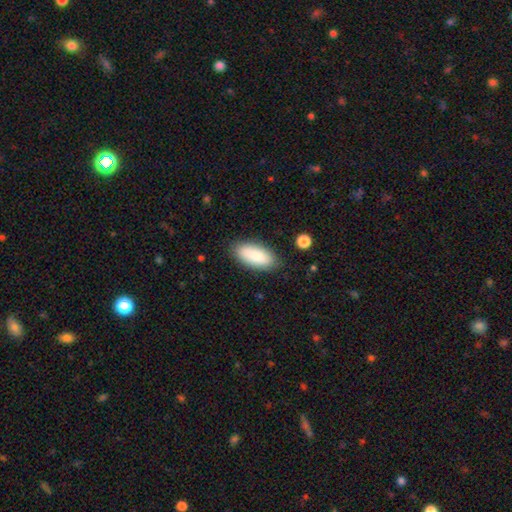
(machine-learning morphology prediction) smooth_or_featured: smooth (p=0.83) [alt: featured or disk p=0.10]
how_rounded: in between (p=0.90) [alt: cigar-shaped p=0.08]
merging: none (p=0.82) [alt: minor disturbance p=0.13]